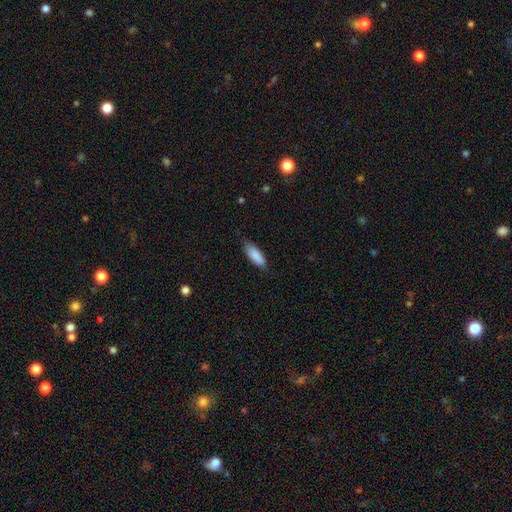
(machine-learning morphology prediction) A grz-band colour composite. It shows a smooth galaxy with no disk features (89%) that is in between round and cigar-shaped (68%). Merging: none (78%).